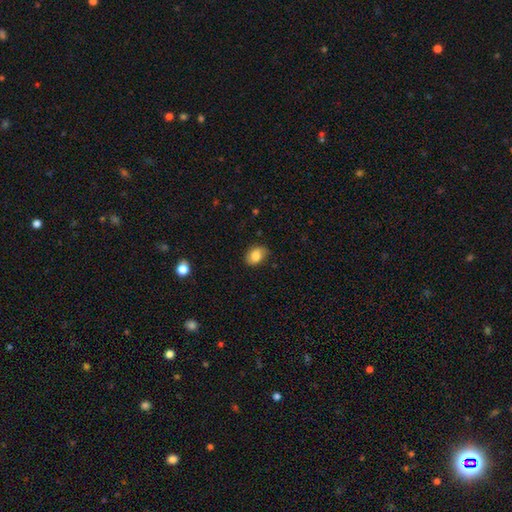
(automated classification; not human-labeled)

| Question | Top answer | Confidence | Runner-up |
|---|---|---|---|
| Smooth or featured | smooth | 81% | featured or disk (11%) |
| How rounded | in between | 75% | round (23%) |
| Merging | none | 77% | minor disturbance (19%) |